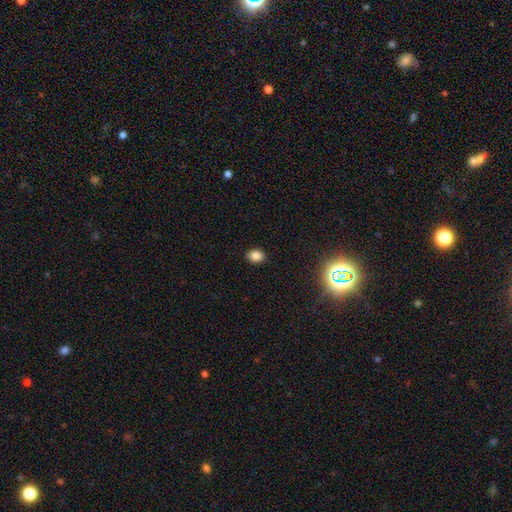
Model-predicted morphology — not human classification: Smooth or featured: smooth — 85% (star or artifact — 12%)
How rounded: in between — 53% (round — 46%)
Merging: none — 90% (minor disturbance — 7%)